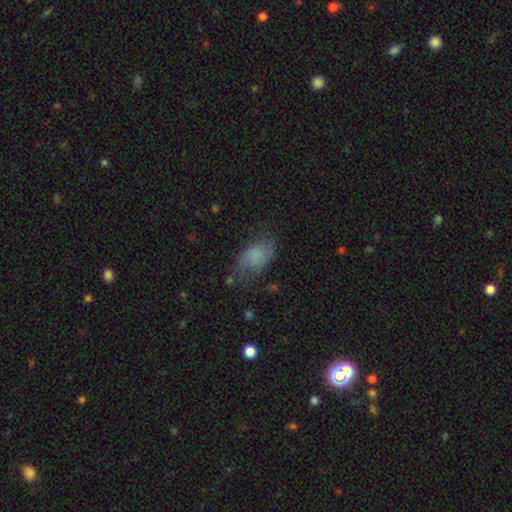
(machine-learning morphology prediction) smooth 68%, featured or disk 23%, star or artifact 9%. Down the decision tree: how rounded — in between (91%); merging — none (56%).